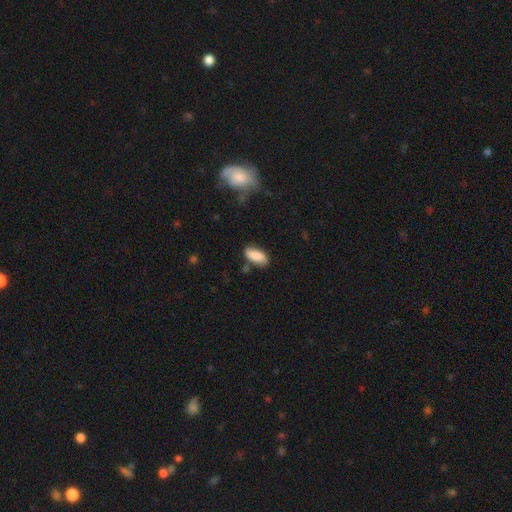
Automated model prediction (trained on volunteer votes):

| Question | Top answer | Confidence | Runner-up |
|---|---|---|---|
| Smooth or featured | smooth | 85% | featured or disk (8%) |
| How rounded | in between | 89% | cigar-shaped (8%) |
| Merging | none | 71% | minor disturbance (19%) |